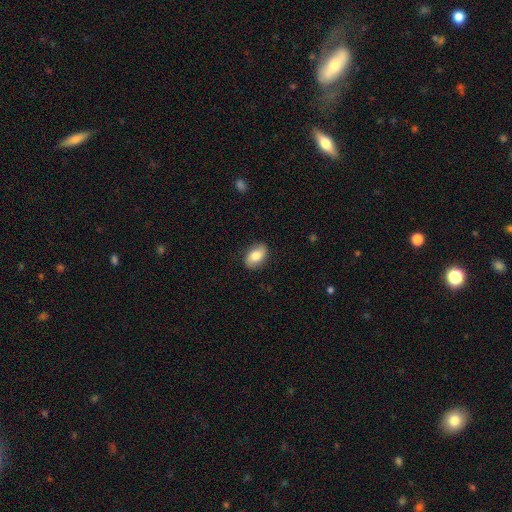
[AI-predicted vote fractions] A smooth galaxy with no disk features (74%) that is in between round and cigar-shaped (89%). Merging: none (84%).